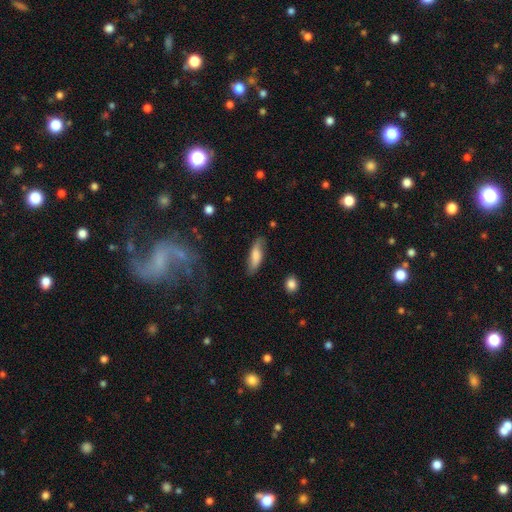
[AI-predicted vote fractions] smooth_or_featured: smooth (p=0.72) [alt: featured or disk p=0.22]
how_rounded: in between (p=0.49) [alt: cigar-shaped p=0.48]
merging: none (p=0.75) [alt: minor disturbance p=0.18]